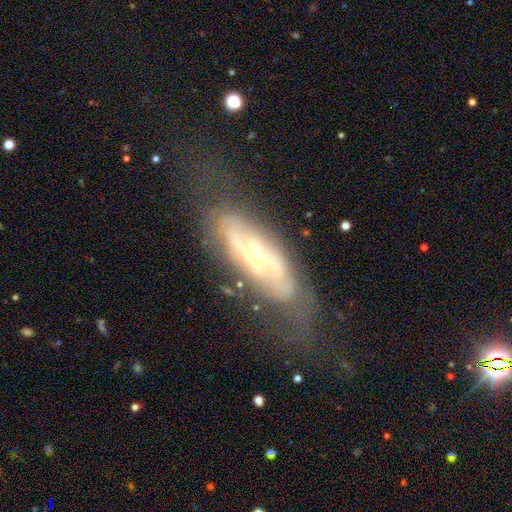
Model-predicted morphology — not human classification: Smooth or featured? featured or disk (73%)
Edge-on disk? no (76%)
Bar? no (55%)
Spiral arms? yes (67%)
Bulge size? moderate (56%)
Merging? none (52%)